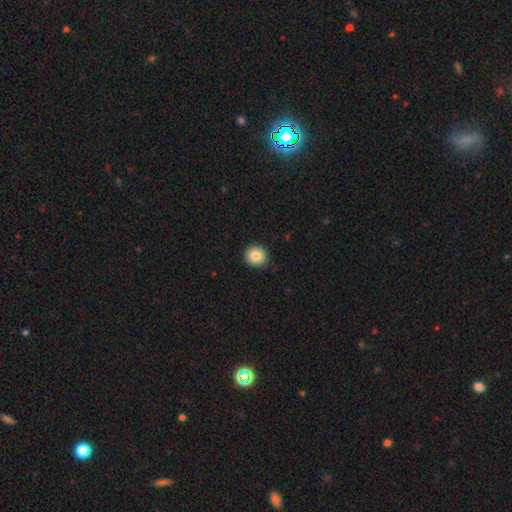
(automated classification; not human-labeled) This is clearly a smooth galaxy (83%). How rounded: clearly round (94%). Merging: clearly none (91%).